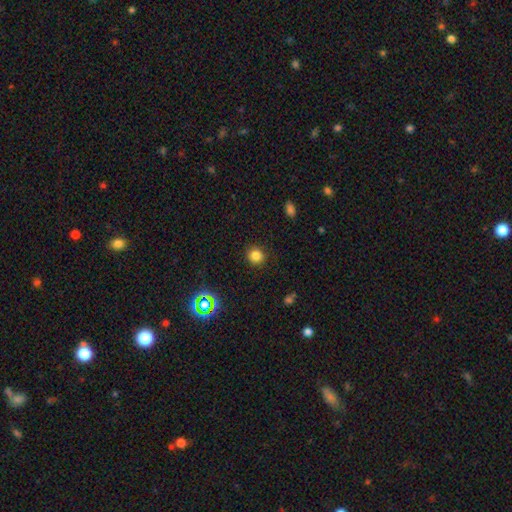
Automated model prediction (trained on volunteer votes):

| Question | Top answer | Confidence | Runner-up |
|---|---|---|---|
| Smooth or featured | smooth | 81% | star or artifact (15%) |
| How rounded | round | 89% | in between (10%) |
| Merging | none | 90% | minor disturbance (6%) |